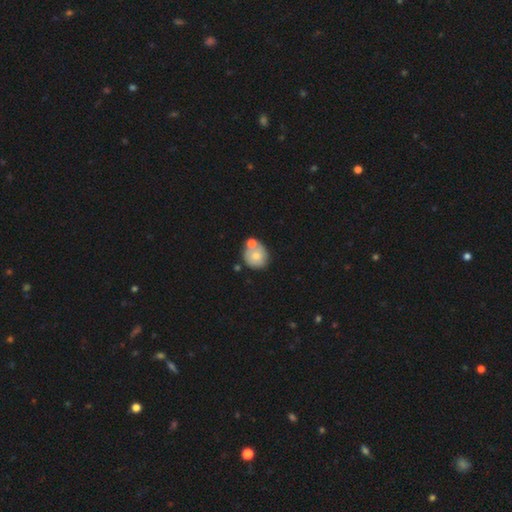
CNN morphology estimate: smooth-or-featured: smooth: 67% | featured or disk: 25% | star or artifact: 8%
  how-rounded: round: 83% | in between: 16% | cigar-shaped: 1%
  merging: none: 50% | merger: 31% | minor disturbance: 14% | major disturbance: 4%